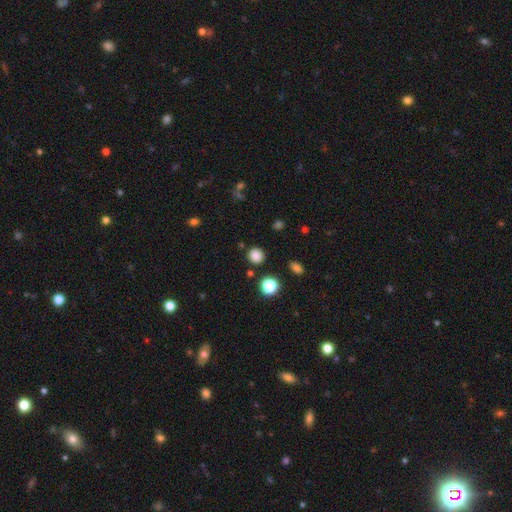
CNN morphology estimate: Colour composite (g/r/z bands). It shows a smooth galaxy with no disk features (82%) that is round (89%). Merging: none (87%).